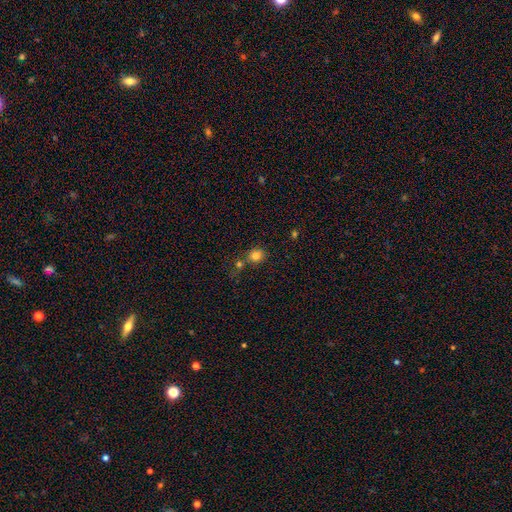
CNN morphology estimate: smooth-or-featured: smooth: 81% | star or artifact: 12% | featured or disk: 6%
  how-rounded: round: 84% | in between: 15% | cigar-shaped: 1%
  merging: none: 64% | merger: 22% | minor disturbance: 10% | major disturbance: 4%